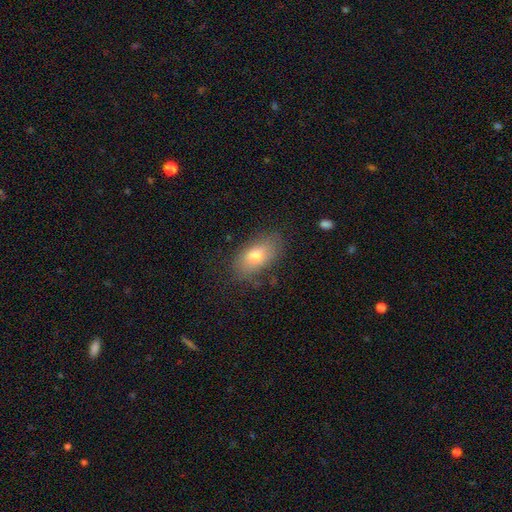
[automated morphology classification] Smooth or featured?
  - smooth: 73% *
  - featured or disk: 18%
  - star or artifact: 9%
How rounded?
  - in between: 90% *
  - round: 7%
  - cigar-shaped: 3%
Merging?
  - none: 77% *
  - minor disturbance: 16%
  - major disturbance: 5%
  - merger: 2%